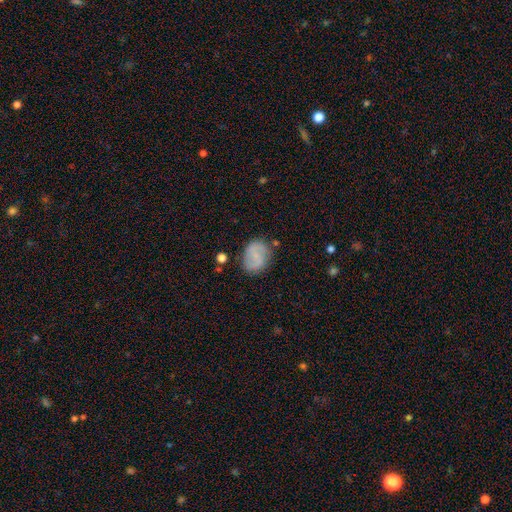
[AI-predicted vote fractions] Smooth or featured? Predicted: smooth (p=0.49). Merging? Predicted: none (p=0.78).